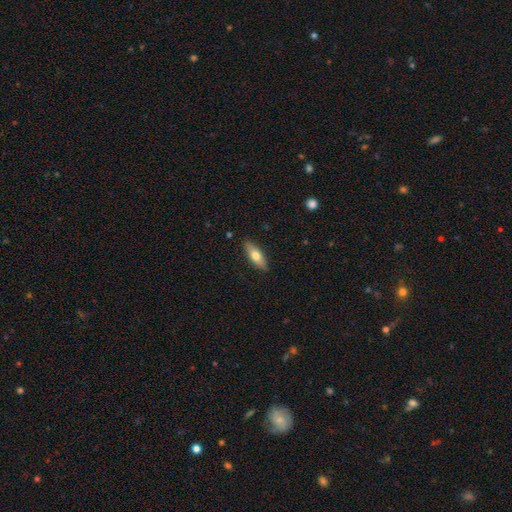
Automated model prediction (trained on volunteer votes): Smooth or featured?
  - smooth: 66% *
  - featured or disk: 28%
  - star or artifact: 6%
How rounded?
  - in between: 63% *
  - cigar-shaped: 34%
  - round: 3%
Merging?
  - none: 88% *
  - minor disturbance: 9%
  - major disturbance: 2%
  - merger: 1%